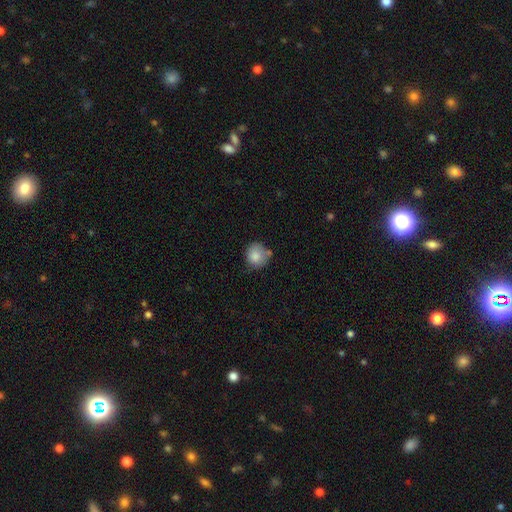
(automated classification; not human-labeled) Smooth or featured?
  - smooth: 83% *
  - featured or disk: 9%
  - star or artifact: 8%
How rounded?
  - round: 84% *
  - in between: 16%
  - cigar-shaped: 1%
Merging?
  - none: 58% *
  - minor disturbance: 26%
  - merger: 9%
  - major disturbance: 7%